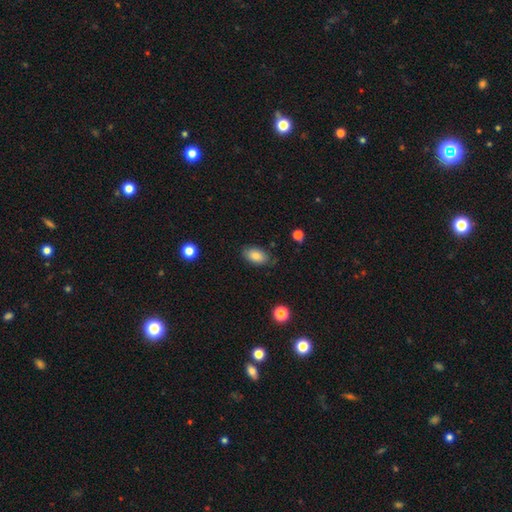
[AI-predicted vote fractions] Morphology: type=smooth (82%); roundness=in between (92%); merging=none (80%).